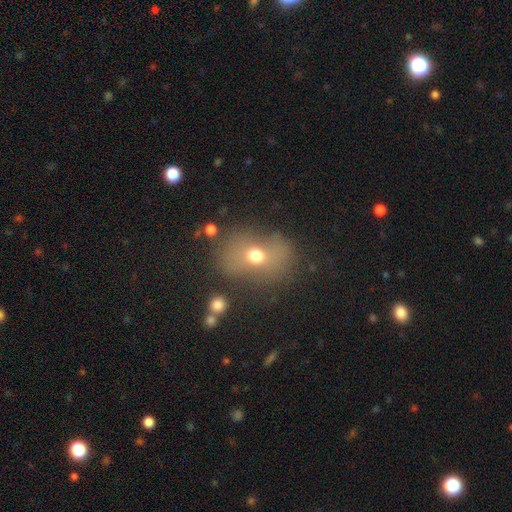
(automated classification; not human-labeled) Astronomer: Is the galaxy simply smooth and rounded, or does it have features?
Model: smooth — 60%.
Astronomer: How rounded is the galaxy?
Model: in between — 56% (runner-up: round, 42%).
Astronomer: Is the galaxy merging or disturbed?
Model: none — 63%.